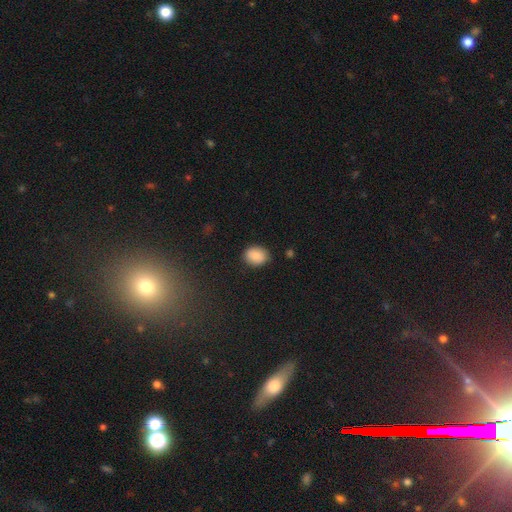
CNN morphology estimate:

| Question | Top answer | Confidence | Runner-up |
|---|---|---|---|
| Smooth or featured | smooth | 89% | star or artifact (8%) |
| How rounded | in between | 59% | round (40%) |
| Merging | none | 84% | minor disturbance (12%) |